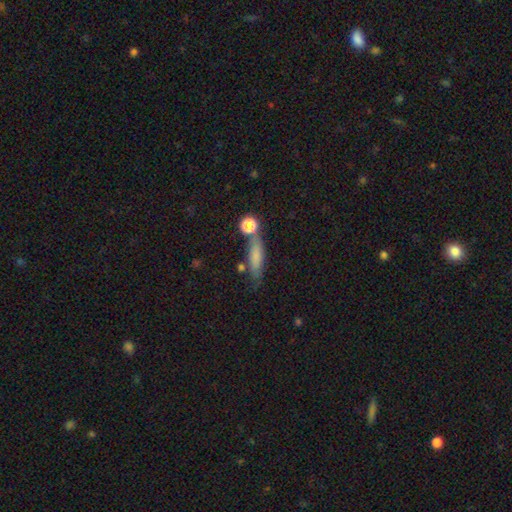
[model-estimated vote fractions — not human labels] Smooth or featured?
  - smooth: 73% *
  - featured or disk: 17%
  - star or artifact: 10%
How rounded?
  - cigar-shaped: 57% *
  - in between: 38%
  - round: 5%
Merging?
  - none: 60% *
  - minor disturbance: 19%
  - merger: 14%
  - major disturbance: 7%